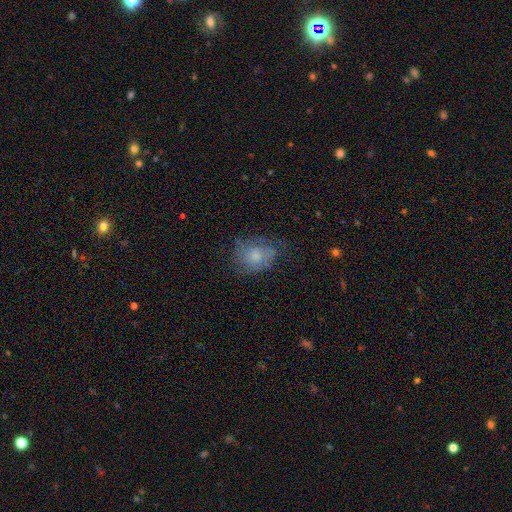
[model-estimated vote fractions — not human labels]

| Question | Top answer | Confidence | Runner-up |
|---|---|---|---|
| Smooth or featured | smooth | 56% | featured or disk (34%) |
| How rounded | in between | 60% | round (39%) |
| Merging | none | 56% | minor disturbance (28%) |